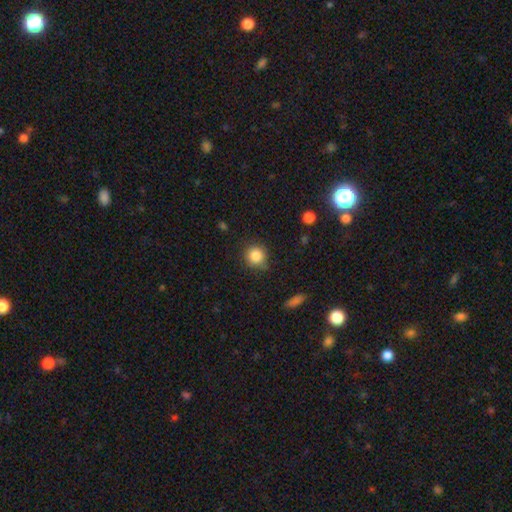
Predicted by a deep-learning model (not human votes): The model was most divided on "merging": none: 79%, minor disturbance: 15%, major disturbance: 4%, merger: 2%. More confident: how rounded — round (91%); smooth or featured — smooth (86%).